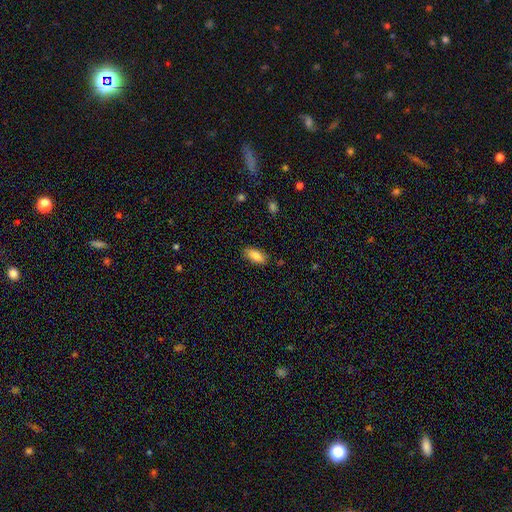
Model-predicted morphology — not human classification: Q: Smooth or featured?
A: smooth (85%); runner-up: featured or disk (8%)
Q: How rounded?
A: in between (84%); runner-up: cigar-shaped (14%)
Q: Merging?
A: none (84%); runner-up: minor disturbance (12%)